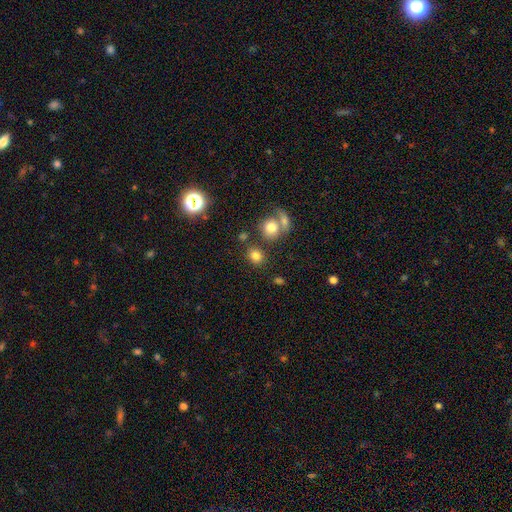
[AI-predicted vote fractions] smooth-or-featured: smooth: 78% | star or artifact: 14% | featured or disk: 8%
  how-rounded: round: 65% | in between: 34% | cigar-shaped: 1%
  merging: none: 71% | merger: 15% | minor disturbance: 10% | major disturbance: 4%